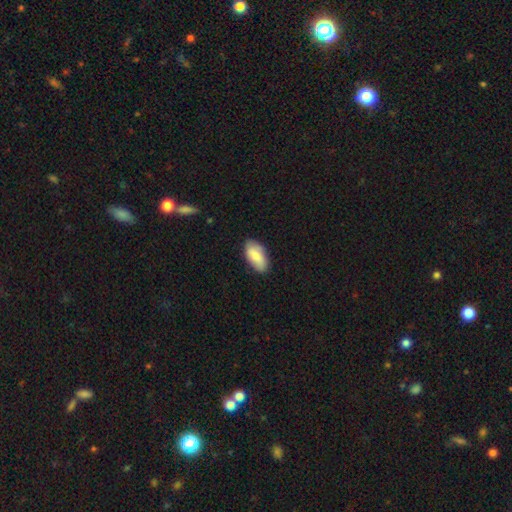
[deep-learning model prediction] smooth 80%, featured or disk 14%, star or artifact 6%. Down the decision tree: how rounded — in between (94%); merging — none (80%).